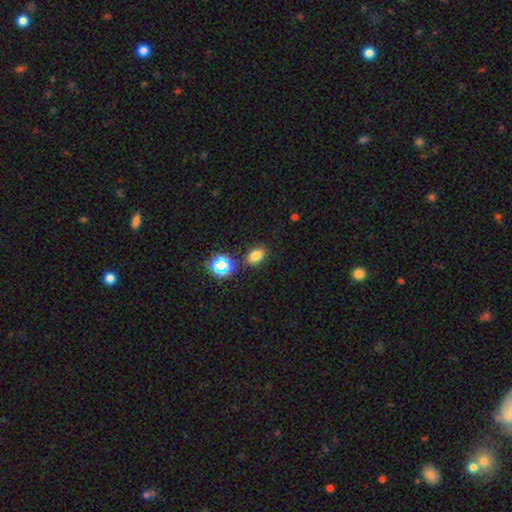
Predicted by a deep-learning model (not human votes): smooth 75%, star or artifact 18%, featured or disk 6%. Down the decision tree: how rounded — in between (81%); merging — none (83%).